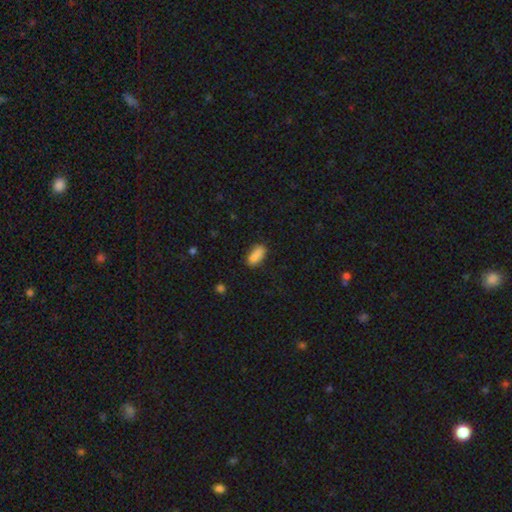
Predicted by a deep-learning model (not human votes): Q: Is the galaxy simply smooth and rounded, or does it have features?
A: smooth — 84%.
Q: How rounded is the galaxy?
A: in between — 88%.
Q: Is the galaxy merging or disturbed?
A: none — 67%.